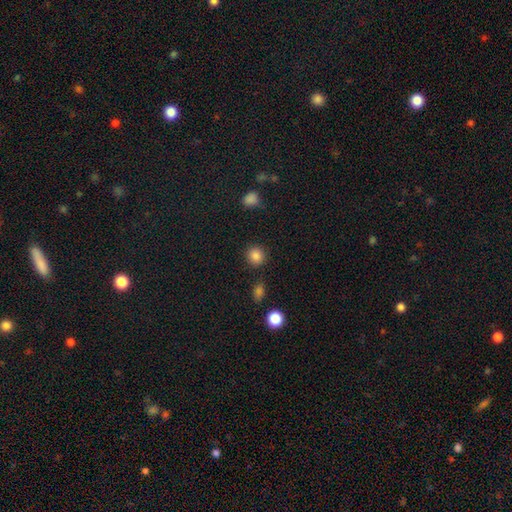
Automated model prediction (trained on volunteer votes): smooth 85%, star or artifact 10%, featured or disk 4%. Down the decision tree: how rounded — round (88%); merging — none (88%).